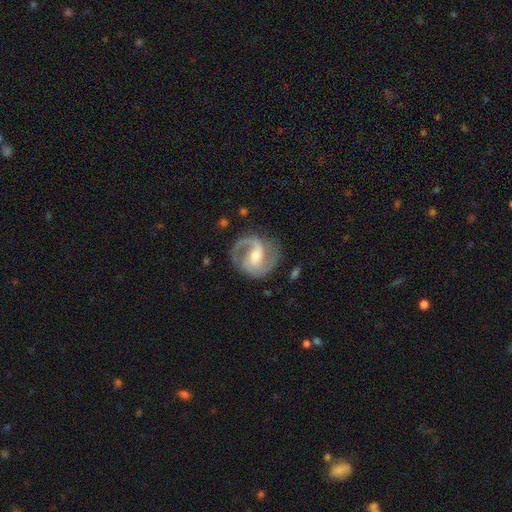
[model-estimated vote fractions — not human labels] Overall: featured or disk (89%). Edge-on disk: no (98%). Bar: weak (48%; strong 28%). Spiral arms: yes (97%). Spiral arm count: 2 (85%). Spiral winding: medium (57%; tight 24%). Bulge size: moderate (58%; small 36%). Merging: none (77%).